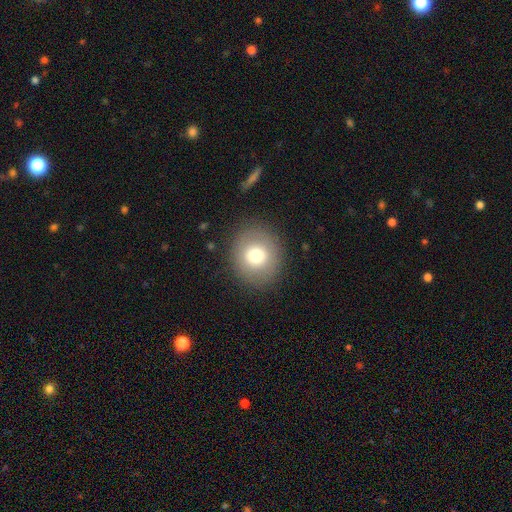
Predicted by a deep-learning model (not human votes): Smooth or featured?
  - smooth: 73% *
  - featured or disk: 16%
  - star or artifact: 11%
How rounded?
  - round: 85% *
  - in between: 14%
  - cigar-shaped: 1%
Merging?
  - none: 87% *
  - minor disturbance: 8%
  - major disturbance: 4%
  - merger: 1%